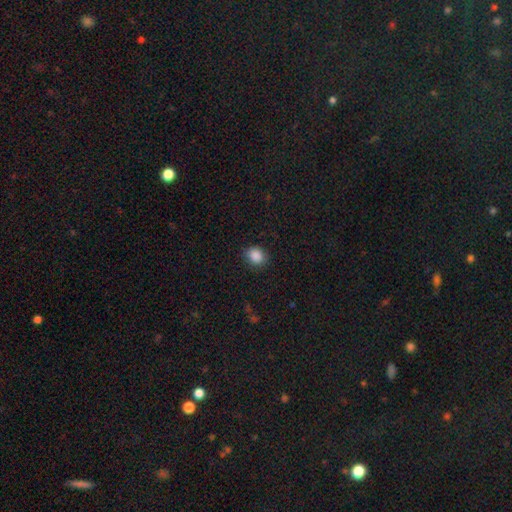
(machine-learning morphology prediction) Smooth or featured? smooth (87%)
How rounded? round (67%)
Merging? none (86%)